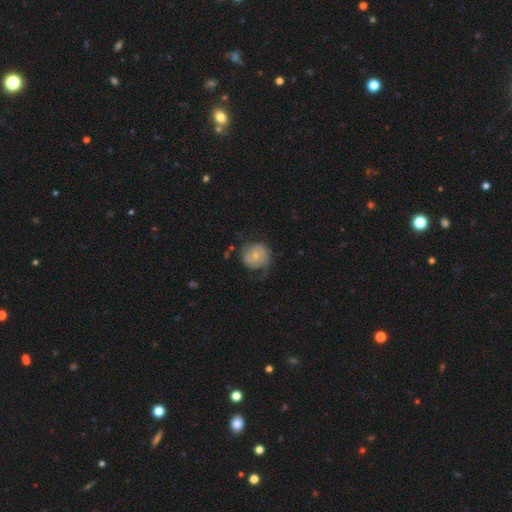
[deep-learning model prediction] A featured or disk galaxy (48%).

Vote fractions:
- Smooth or featured? featured or disk: 48% / smooth: 46% / star or artifact: 7%
- Merging? none: 46% / minor disturbance: 27% / major disturbance: 25% / merger: 2%